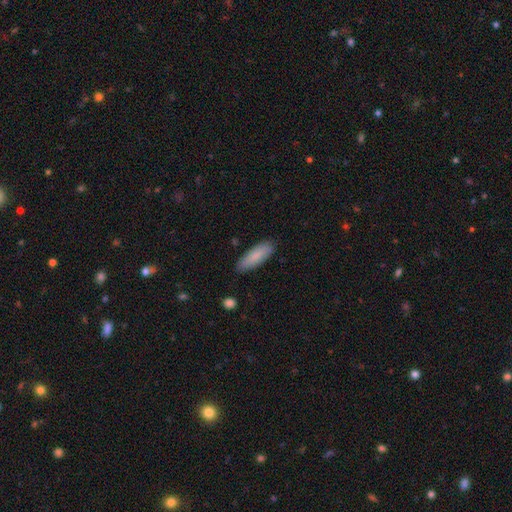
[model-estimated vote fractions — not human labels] Smooth or featured?
  - smooth: 85% *
  - featured or disk: 10%
  - star or artifact: 6%
How rounded?
  - in between: 56% *
  - cigar-shaped: 42%
  - round: 2%
Merging?
  - none: 86% *
  - minor disturbance: 11%
  - major disturbance: 2%
  - merger: 1%